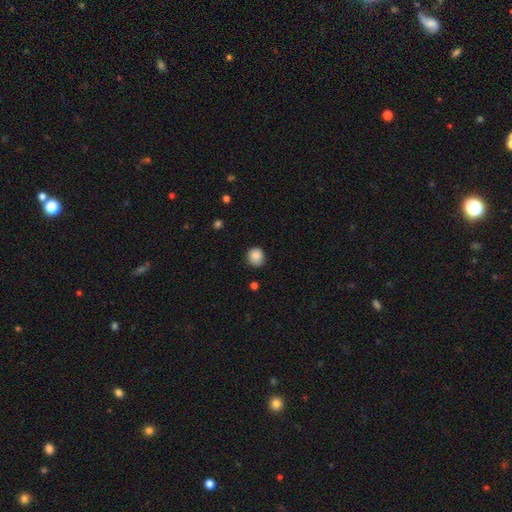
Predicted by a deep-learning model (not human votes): smooth 87%, star or artifact 9%, featured or disk 4%. Down the decision tree: how rounded — round (79%); merging — none (80%).